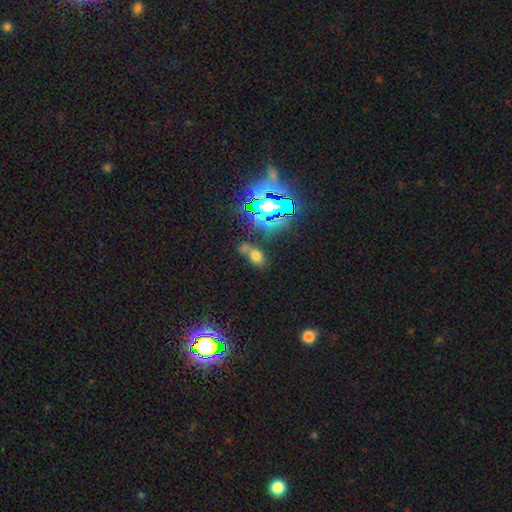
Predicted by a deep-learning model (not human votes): smooth_or_featured: smooth (p=0.56) [alt: star or artifact p=0.32]
how_rounded: in between (p=0.72) [alt: round p=0.24]
merging: none (p=0.45) [alt: merger p=0.31]